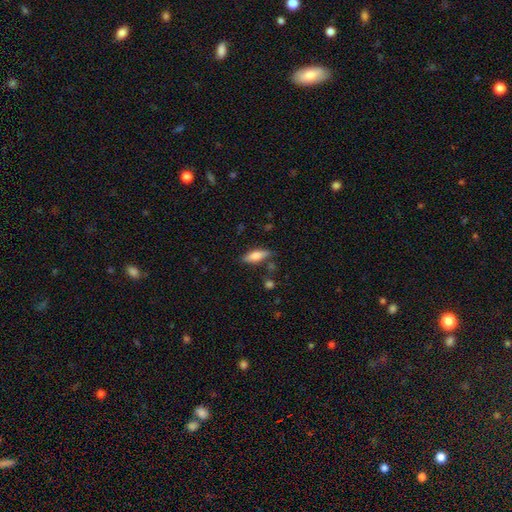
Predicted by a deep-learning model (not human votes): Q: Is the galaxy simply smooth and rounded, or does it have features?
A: smooth — 69%.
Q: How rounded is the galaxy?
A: in between — 63%.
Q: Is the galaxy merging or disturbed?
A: none — 76%.